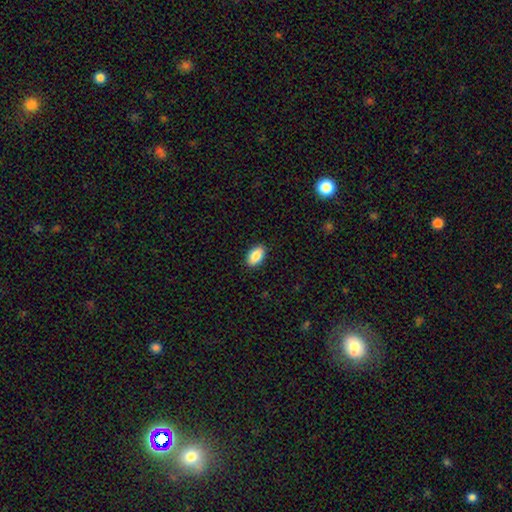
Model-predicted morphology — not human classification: Smooth or featured? Predicted: smooth (p=0.87). How rounded? Predicted: in between (p=0.93). Merging? Predicted: none (p=0.90).